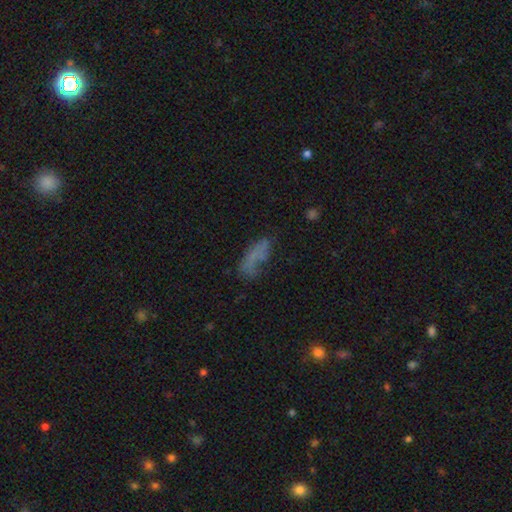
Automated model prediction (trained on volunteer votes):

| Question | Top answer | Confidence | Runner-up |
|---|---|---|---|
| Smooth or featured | smooth | 60% | featured or disk (25%) |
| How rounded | in between | 69% | cigar-shaped (27%) |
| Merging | none | 42% | major disturbance (26%) |